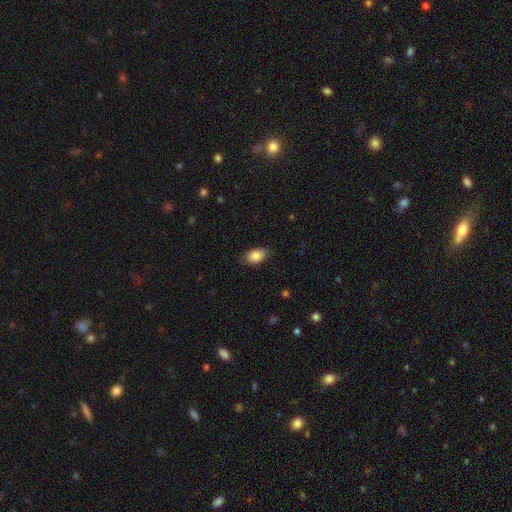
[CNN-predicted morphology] The model was most divided on "merging": none: 79%, minor disturbance: 17%, major disturbance: 3%, merger: 1%. More confident: how rounded — in between (87%); smooth or featured — smooth (85%).